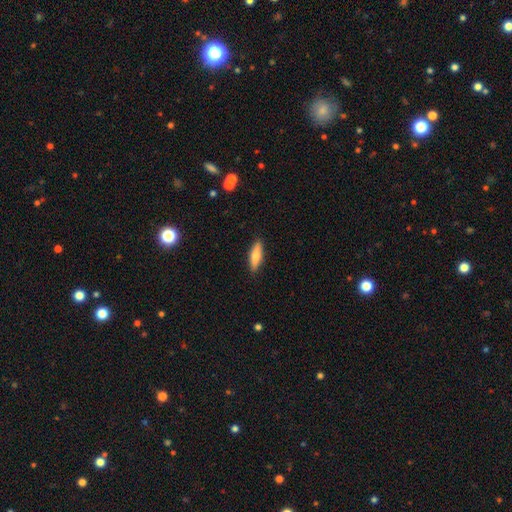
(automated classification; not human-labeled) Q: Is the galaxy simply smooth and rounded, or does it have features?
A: smooth — 71%.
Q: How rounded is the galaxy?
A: cigar-shaped — 58%.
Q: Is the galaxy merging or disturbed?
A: none — 89%.